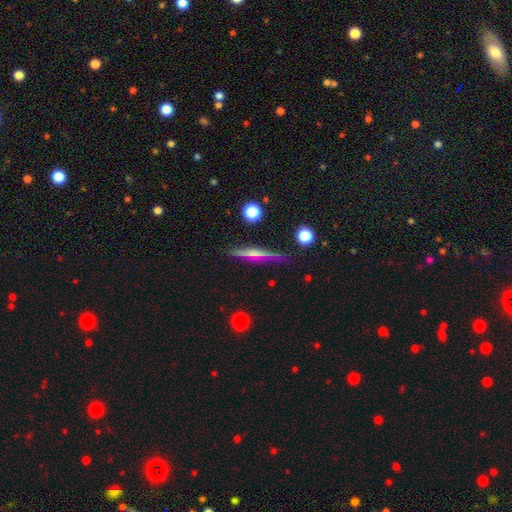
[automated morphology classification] Smooth or featured?
  - featured or disk: 60% *
  - smooth: 33%
  - star or artifact: 8%
Edge-on disk?
  - yes: 96% *
  - no: 4%
Edge-on bulge?
  - none: 52% *
  - rounded: 40%
  - boxy: 8%
Merging?
  - none: 86% *
  - minor disturbance: 10%
  - major disturbance: 2%
  - merger: 2%